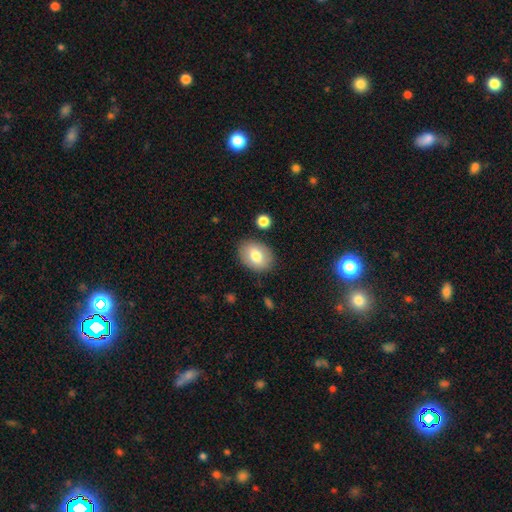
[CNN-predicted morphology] The model was most divided on "how rounded": in between: 74%, round: 25%, cigar-shaped: 1%. More confident: merging — none (84%); smooth or featured — smooth (76%).